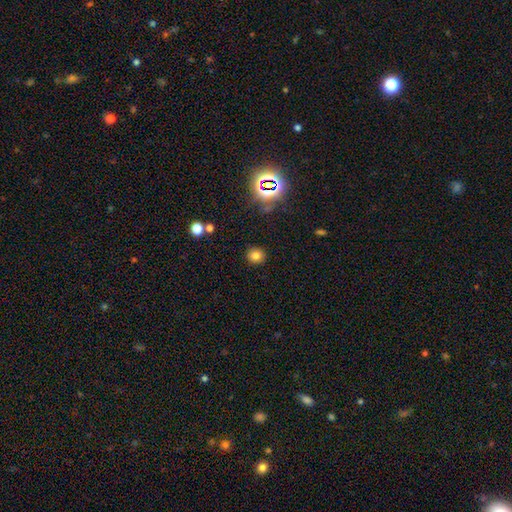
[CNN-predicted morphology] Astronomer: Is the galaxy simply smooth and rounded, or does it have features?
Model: smooth — 77%.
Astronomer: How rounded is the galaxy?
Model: round — 85%.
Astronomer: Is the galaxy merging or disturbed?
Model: none — 90%.